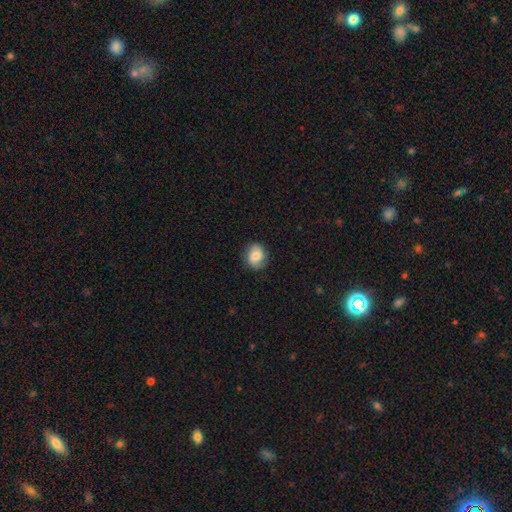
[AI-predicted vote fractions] smooth-or-featured: smooth: 73% | featured or disk: 18% | star or artifact: 8%
  how-rounded: round: 63% | in between: 36% | cigar-shaped: 1%
  merging: none: 82% | minor disturbance: 14% | major disturbance: 4% | merger: 1%